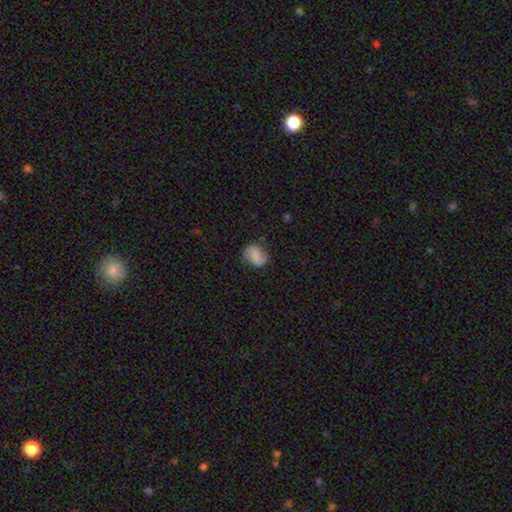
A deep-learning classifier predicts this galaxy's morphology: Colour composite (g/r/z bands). It shows a smooth galaxy with no disk features (56%) that is in between round and cigar-shaped (53%). Merging: none (67%).